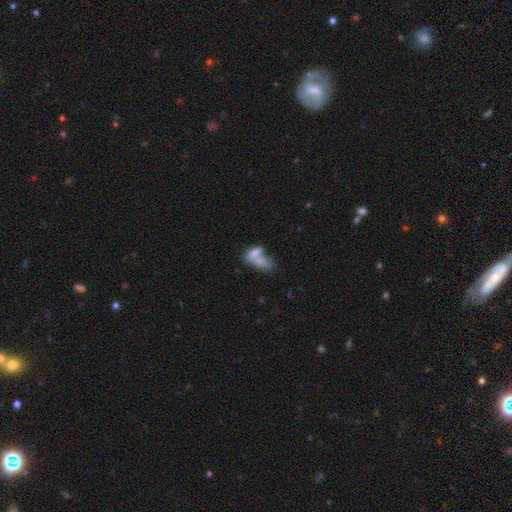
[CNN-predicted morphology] type=smooth (77%); roundness=in between (82%); merging=merger (63%).